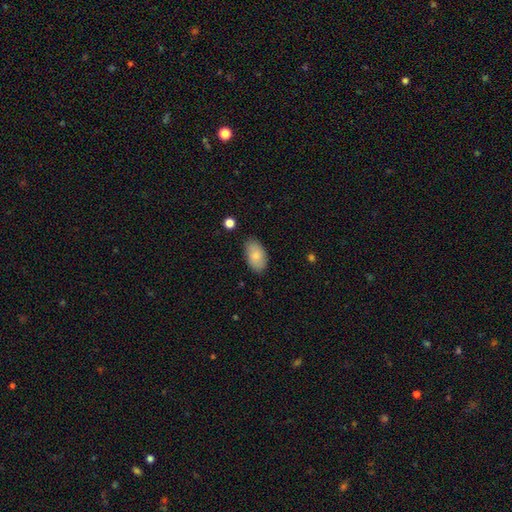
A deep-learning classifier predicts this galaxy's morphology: A smooth galaxy with no disk features (83%) that is in between round and cigar-shaped (94%).

Vote fractions:
- Smooth or featured? smooth: 83% / featured or disk: 11% / star or artifact: 6%
- How rounded? in between: 94% / round: 4% / cigar-shaped: 2%
- Merging? none: 83% / minor disturbance: 13% / major disturbance: 3% / merger: 2%